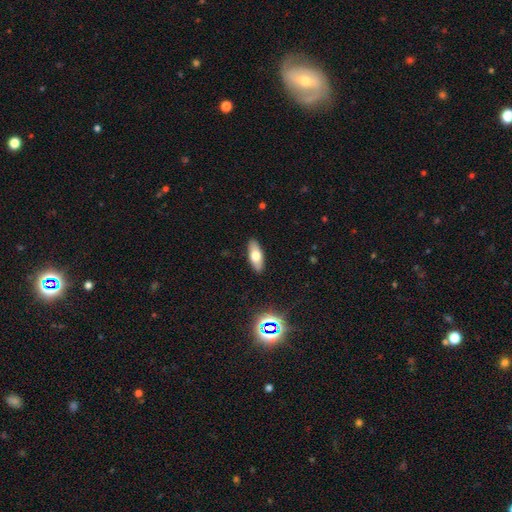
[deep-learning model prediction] Smooth or featured: smooth — 66% (featured or disk — 25%)
How rounded: in between — 75% (cigar-shaped — 22%)
Merging: none — 89% (minor disturbance — 8%)